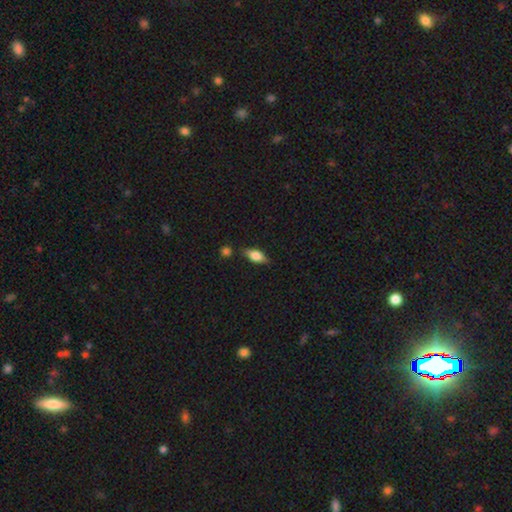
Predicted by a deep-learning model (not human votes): A smooth galaxy with no disk features (70%) that is in between round and cigar-shaped (78%).

Vote fractions:
- Smooth or featured? smooth: 70% / featured or disk: 23% / star or artifact: 8%
- How rounded? in between: 78% / cigar-shaped: 18% / round: 4%
- Merging? none: 77% / minor disturbance: 14% / merger: 5% / major disturbance: 3%